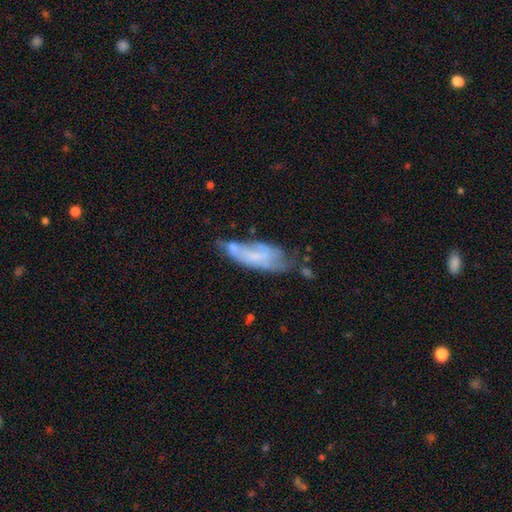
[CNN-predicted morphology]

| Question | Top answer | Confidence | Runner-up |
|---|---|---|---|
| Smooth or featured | featured or disk | 50% | smooth (41%) |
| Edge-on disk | no | 84% | yes (16%) |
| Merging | none | 34% | minor disturbance (30%) |